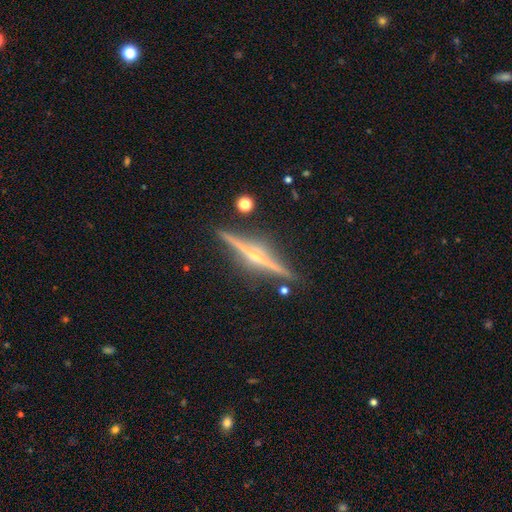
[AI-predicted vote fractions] Smooth or featured?
  - featured or disk: 86% *
  - smooth: 8%
  - star or artifact: 6%
Edge-on disk?
  - yes: 98% *
  - no: 2%
Edge-on bulge?
  - rounded: 83% *
  - none: 13%
  - boxy: 4%
Merging?
  - none: 90% *
  - minor disturbance: 7%
  - merger: 2%
  - major disturbance: 2%